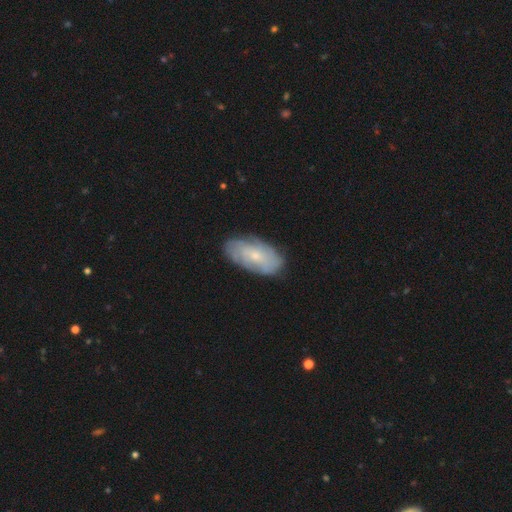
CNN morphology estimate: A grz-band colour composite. It shows a featured or disk galaxy (52%). Merging: none (79%).